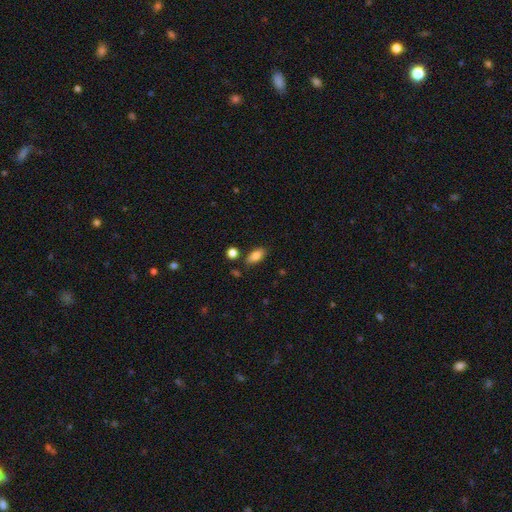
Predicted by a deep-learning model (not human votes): Morphology: type=smooth (84%); roundness=in between (87%); merging=none (81%).